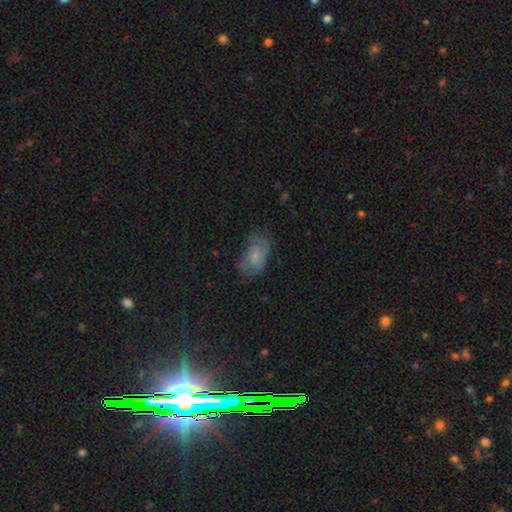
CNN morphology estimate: type=smooth (53%); roundness=in between (90%); merging=none (59%).